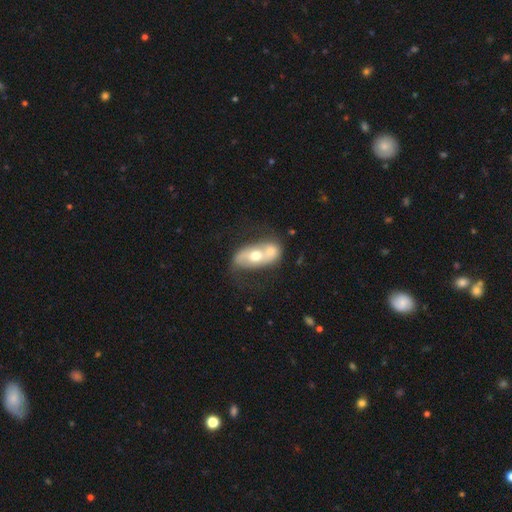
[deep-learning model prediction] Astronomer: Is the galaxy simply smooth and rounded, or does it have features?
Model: featured or disk — 57% (runner-up: smooth, 37%).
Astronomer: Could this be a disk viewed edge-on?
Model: no — 92%.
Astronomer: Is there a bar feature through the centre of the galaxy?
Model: no — 73%.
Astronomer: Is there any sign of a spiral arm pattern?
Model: no — 53% (runner-up: yes, 47%).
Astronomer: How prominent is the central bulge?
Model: moderate — 73%.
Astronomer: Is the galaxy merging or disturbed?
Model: merger — 55%.